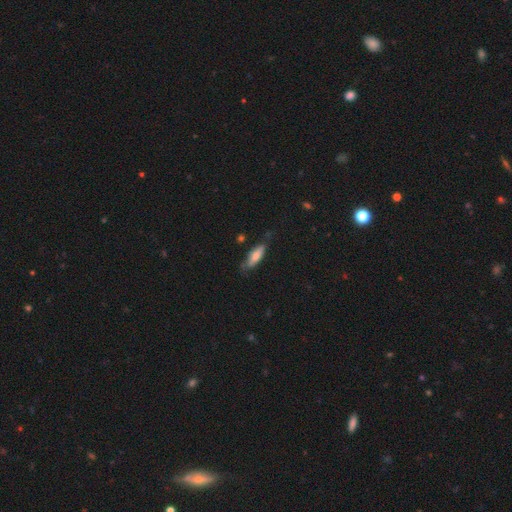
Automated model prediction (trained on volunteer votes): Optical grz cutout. It shows a smooth galaxy with no disk features (65%) that is in between round and cigar-shaped (51%). Merging: none (64%).